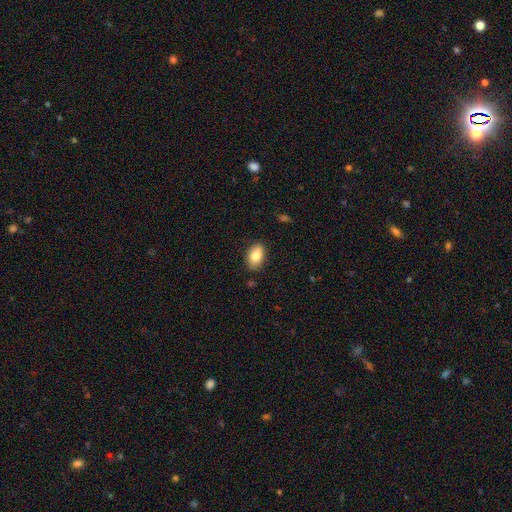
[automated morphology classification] Q: Smooth or featured?
A: smooth (83%); runner-up: featured or disk (10%)
Q: How rounded?
A: in between (90%); runner-up: round (8%)
Q: Merging?
A: none (85%); runner-up: minor disturbance (12%)